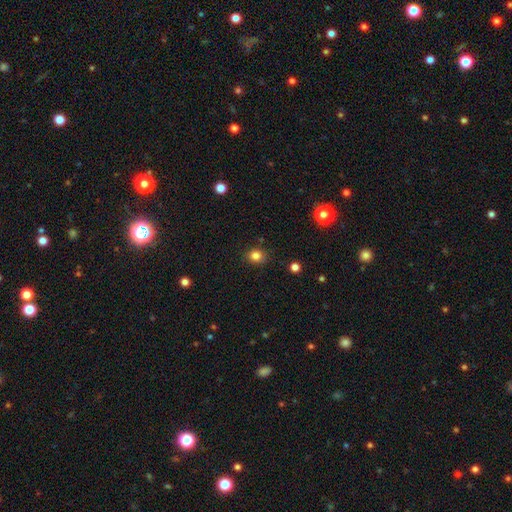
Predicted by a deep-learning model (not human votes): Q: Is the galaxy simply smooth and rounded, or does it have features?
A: smooth — 83%.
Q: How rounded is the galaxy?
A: round — 68%.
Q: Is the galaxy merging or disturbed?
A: none — 85%.